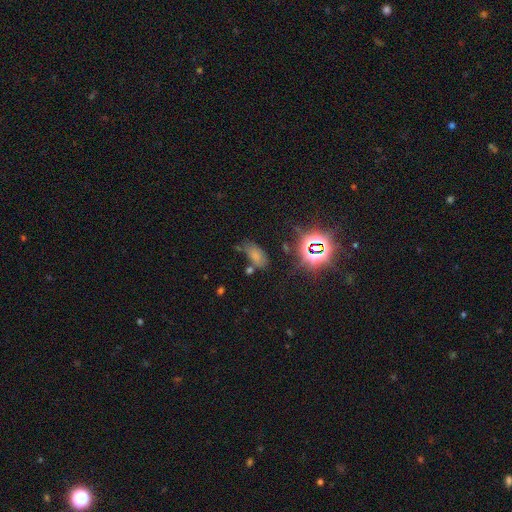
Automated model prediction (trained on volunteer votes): This is likely a smooth galaxy (61%). How rounded: clearly in between (89%). Merging: possibly none (53%).